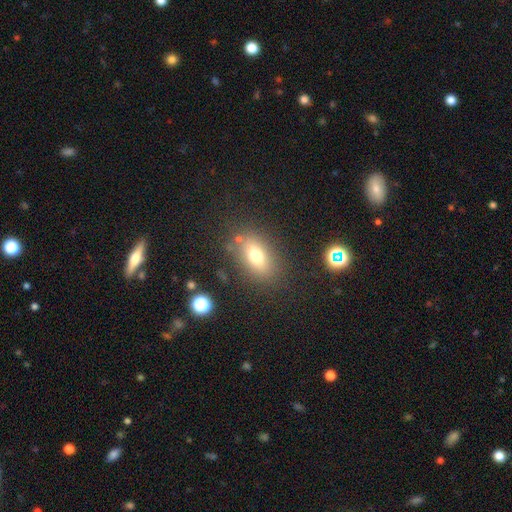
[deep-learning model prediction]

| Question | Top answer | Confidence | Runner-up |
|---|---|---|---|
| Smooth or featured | smooth | 71% | featured or disk (16%) |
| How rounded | in between | 79% | round (16%) |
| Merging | none | 79% | minor disturbance (12%) |